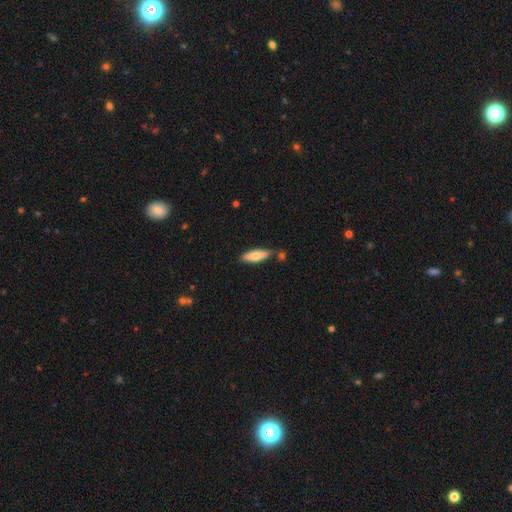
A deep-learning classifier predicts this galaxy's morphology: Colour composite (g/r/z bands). It shows a smooth galaxy with no disk features (66%) that is cigar-shaped (52%). Merging: none (75%).